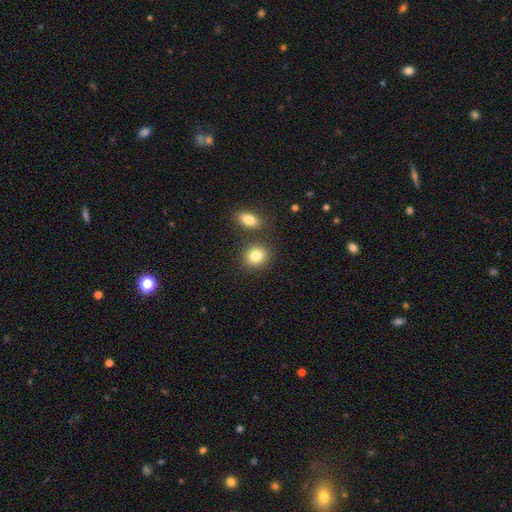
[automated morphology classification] The model was most divided on "how rounded": round: 74%, in between: 25%, cigar-shaped: 1%. More confident: smooth or featured — smooth (82%); merging — none (77%).